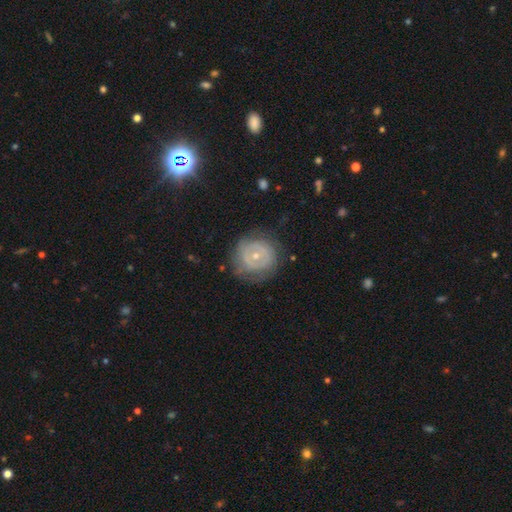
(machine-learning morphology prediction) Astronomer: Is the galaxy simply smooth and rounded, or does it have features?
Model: featured or disk — 62%.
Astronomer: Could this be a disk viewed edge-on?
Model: no — 97%.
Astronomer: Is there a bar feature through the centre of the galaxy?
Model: no — 71%.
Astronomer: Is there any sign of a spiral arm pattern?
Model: no — 51% (runner-up: yes, 49%).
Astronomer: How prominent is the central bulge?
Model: small — 58% (runner-up: moderate, 38%).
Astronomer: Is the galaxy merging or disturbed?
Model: none — 72%.